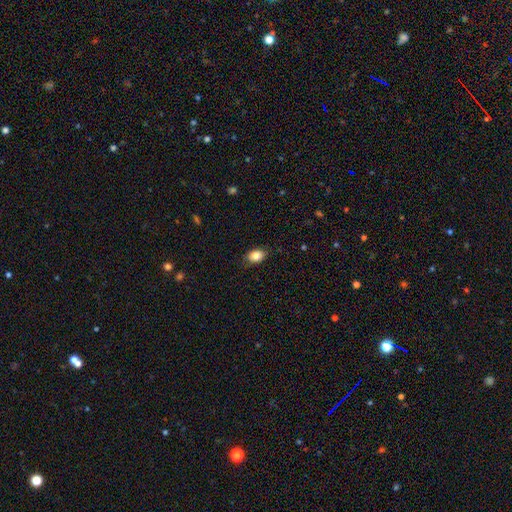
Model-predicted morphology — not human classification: type=smooth (85%); roundness=in between (81%); merging=none (82%).